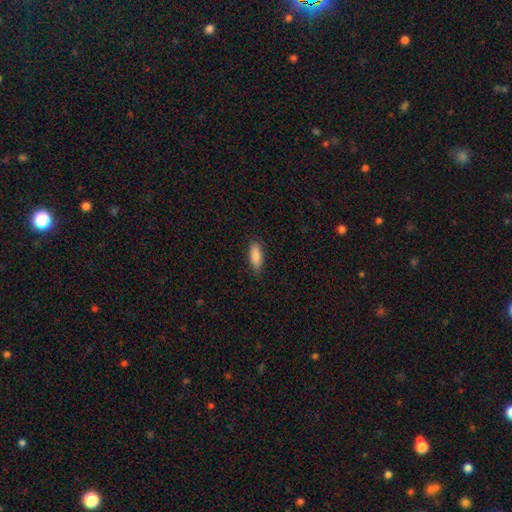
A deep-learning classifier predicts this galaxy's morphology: This appears to be a smooth galaxy with no disk features (88%) that is in between round and cigar-shaped (73%). Merging: none (82%).